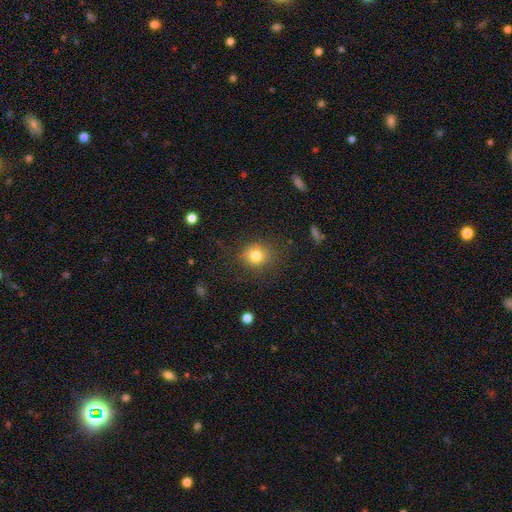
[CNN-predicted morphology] Smooth or featured? smooth (79%)
How rounded? round (81%)
Merging? none (79%)